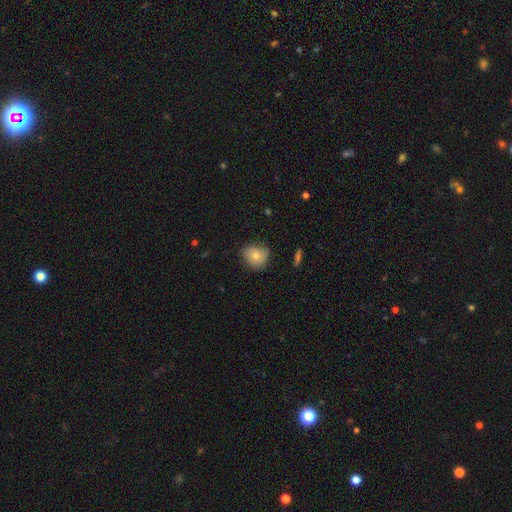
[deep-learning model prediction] This is likely a smooth galaxy (75%). How rounded: clearly round (80%). Merging: likely none (74%).